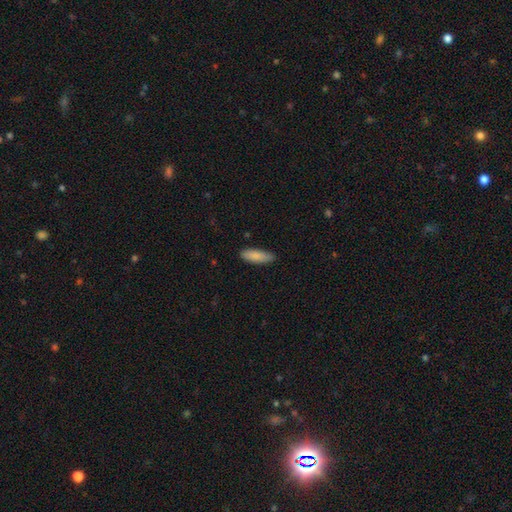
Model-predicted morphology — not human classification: smooth 86%, featured or disk 8%, star or artifact 6%. Down the decision tree: how rounded — in between (62%); merging — none (83%).